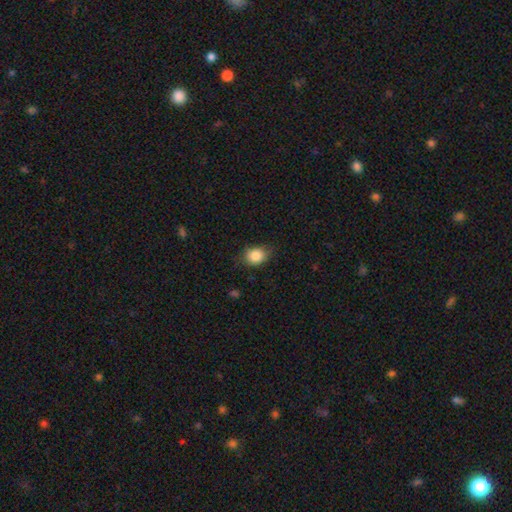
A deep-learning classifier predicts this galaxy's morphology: Q: Smooth or featured?
A: smooth (85%); runner-up: star or artifact (9%)
Q: How rounded?
A: in between (50%); runner-up: round (49%)
Q: Merging?
A: none (70%); runner-up: minor disturbance (24%)